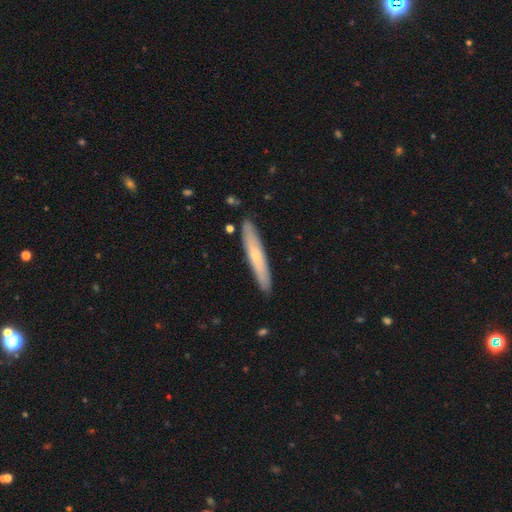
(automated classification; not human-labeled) This is possibly a smooth galaxy (50%). Merging: clearly none (88%).